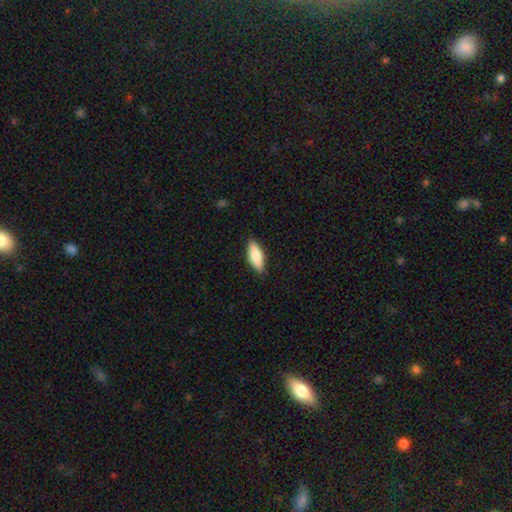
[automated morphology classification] Smooth or featured? smooth (78%)
How rounded? in between (64%)
Merging? none (87%)